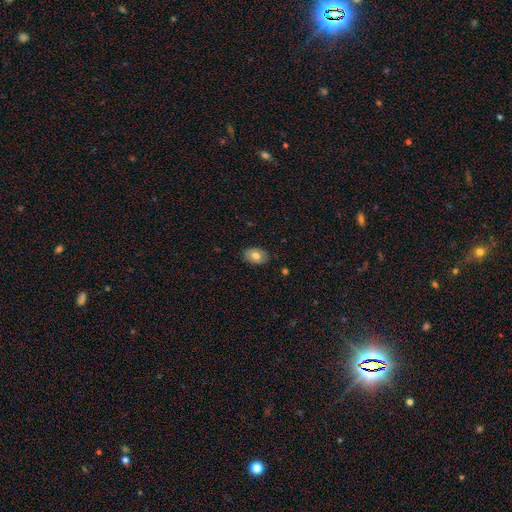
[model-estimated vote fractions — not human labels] Overall: smooth (71%). How rounded: in between (82%). Merging: none (86%).